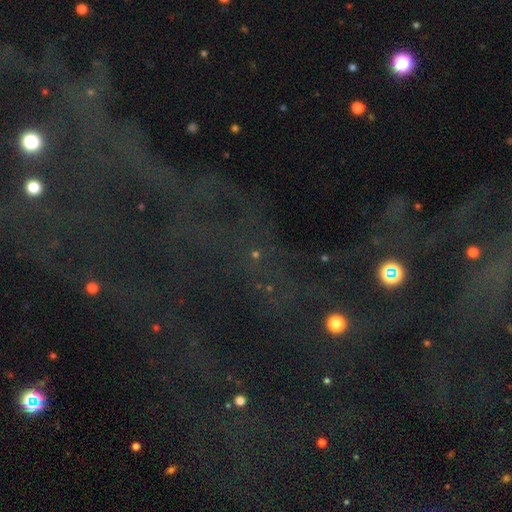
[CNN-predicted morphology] Smooth or featured? star or artifact (72%)